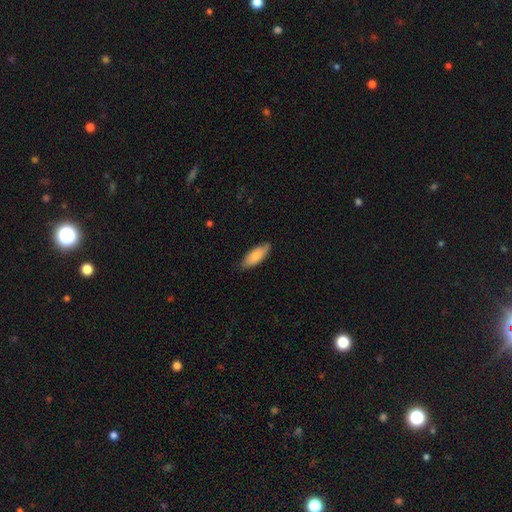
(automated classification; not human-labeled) Overall: smooth (82%). How rounded: in between (74%). Merging: none (79%).